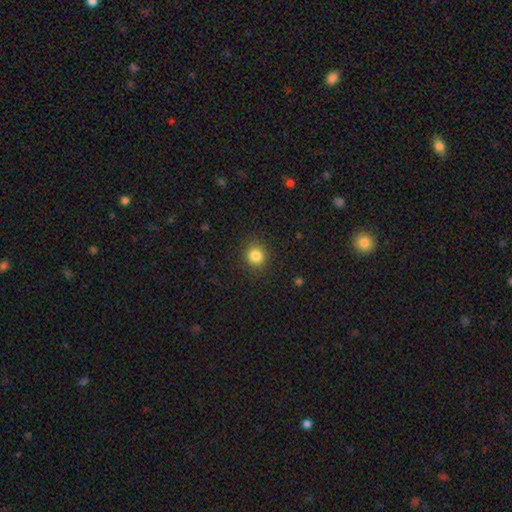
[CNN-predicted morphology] Q: Smooth or featured?
A: smooth (83%); runner-up: star or artifact (11%)
Q: How rounded?
A: round (86%); runner-up: in between (13%)
Q: Merging?
A: none (89%); runner-up: minor disturbance (7%)